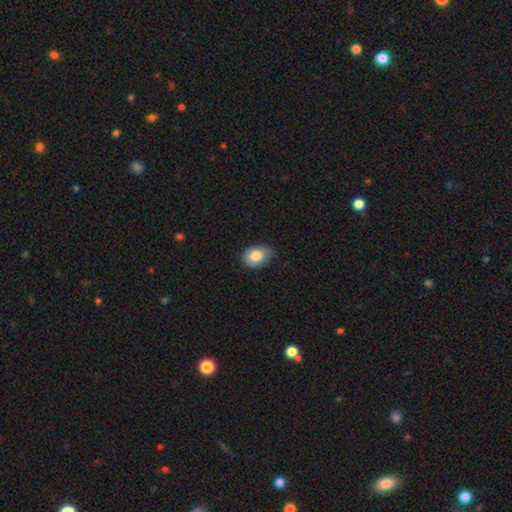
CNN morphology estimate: Smooth or featured: smooth — 85% (featured or disk — 7%)
How rounded: in between — 75% (round — 24%)
Merging: none — 77% (minor disturbance — 19%)